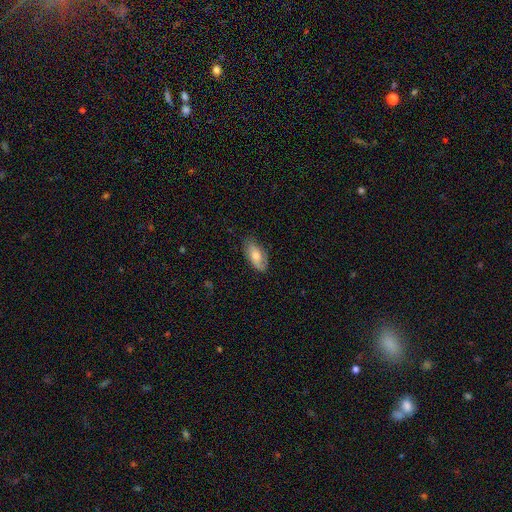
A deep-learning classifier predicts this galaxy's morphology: type=smooth (58%); roundness=in between (89%); merging=none (76%).